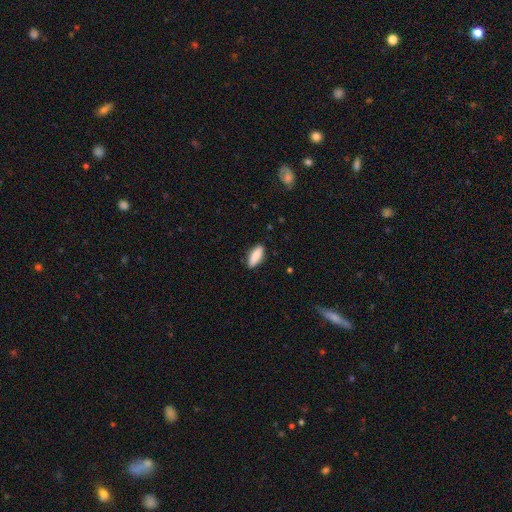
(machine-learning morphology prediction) A smooth galaxy with no disk features (88%) that is in between round and cigar-shaped (73%). Merging: none (86%).